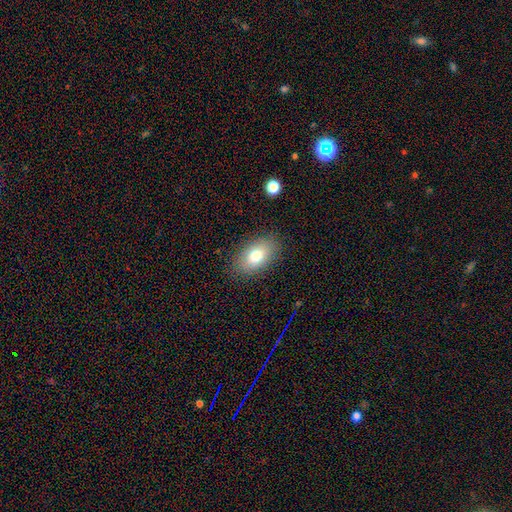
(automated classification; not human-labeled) smooth_or_featured: smooth (p=0.77) [alt: featured or disk p=0.15]
how_rounded: in between (p=0.91) [alt: round p=0.07]
merging: none (p=0.85) [alt: minor disturbance p=0.11]